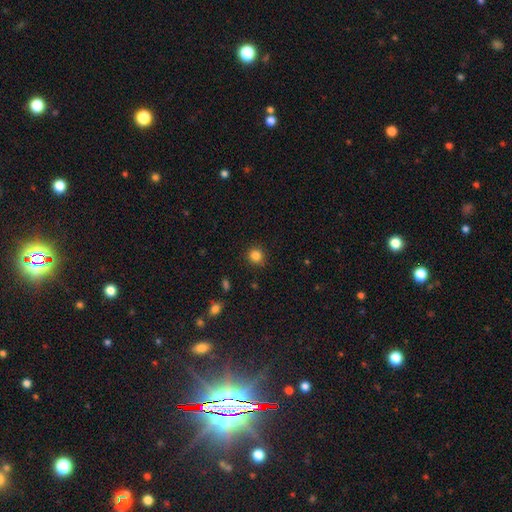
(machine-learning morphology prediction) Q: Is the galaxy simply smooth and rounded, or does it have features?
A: smooth — 84%.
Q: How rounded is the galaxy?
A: round — 90%.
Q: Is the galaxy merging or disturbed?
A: none — 90%.